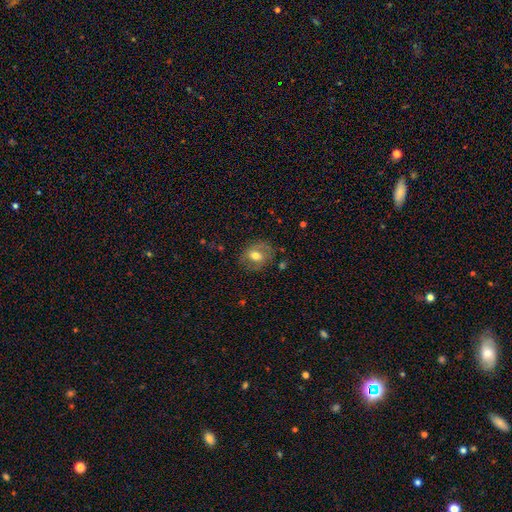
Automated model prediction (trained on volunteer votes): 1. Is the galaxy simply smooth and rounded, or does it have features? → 52% smooth, 40% featured or disk, 9% star or artifact.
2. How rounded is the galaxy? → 57% round, 42% in between, 1% cigar-shaped.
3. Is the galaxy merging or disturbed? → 74% none, 17% minor disturbance, 7% major disturbance, 2% merger.